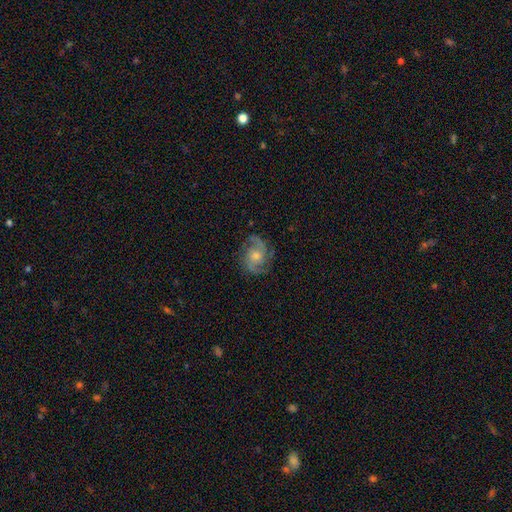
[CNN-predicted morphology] This appears to be a featured or disk galaxy (87%) with no bar (70%), 2 (53%) medium (52%) spiral arms (98%) and a moderate central bulge (53%). Merging: none (80%).